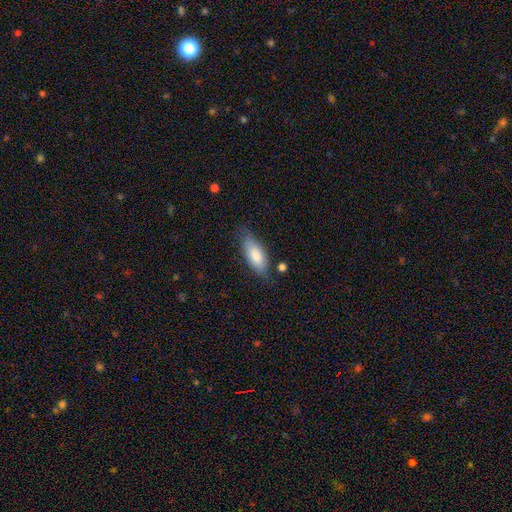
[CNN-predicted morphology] The model was most divided on "merging": none: 70%, minor disturbance: 22%, major disturbance: 5%, merger: 3%. More confident: smooth or featured — smooth (80%); how rounded — in between (79%).